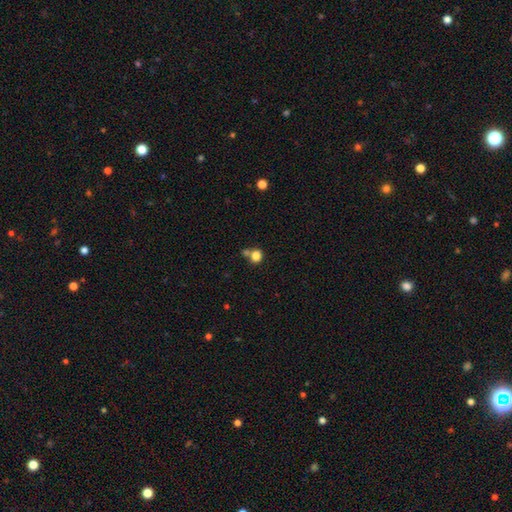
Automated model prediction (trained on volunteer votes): The model was most divided on "merging": none: 54%, merger: 31%, minor disturbance: 11%, major disturbance: 5%. More confident: smooth or featured — smooth (82%); how rounded — round (82%).